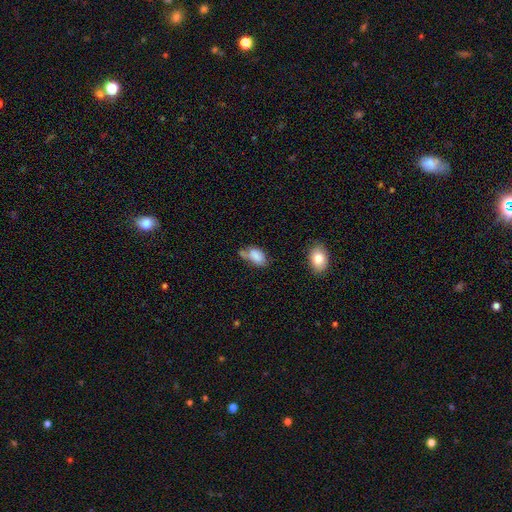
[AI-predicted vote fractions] Q: Smooth or featured?
A: smooth (77%); runner-up: featured or disk (14%)
Q: How rounded?
A: in between (91%); runner-up: round (7%)
Q: Merging?
A: none (35%); runner-up: minor disturbance (30%)